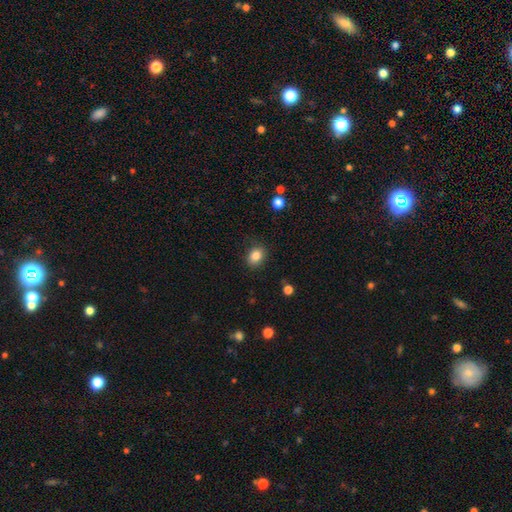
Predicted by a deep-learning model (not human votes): A smooth galaxy with no disk features (84%) that is in between round and cigar-shaped (52%). Merging: none (85%).